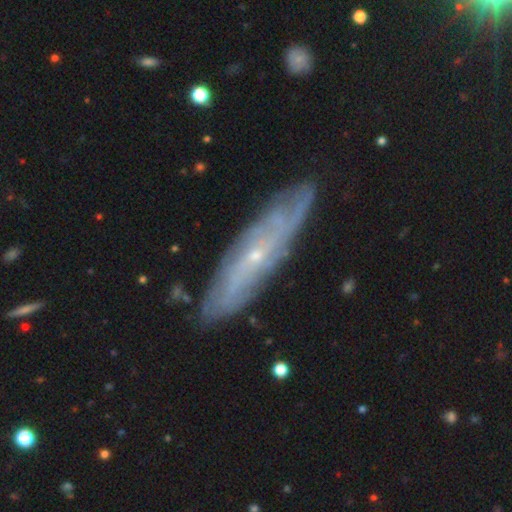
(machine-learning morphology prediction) smooth-or-featured: featured or disk: 79% | smooth: 14% | star or artifact: 7%
  disk-edge-on: no: 68% | yes: 32%
    bar: no: 70% | weak: 23% | strong: 6%
    has-spiral-arms: yes: 89% | no: 11%
    bulge-size: small: 85% | moderate: 12% | none: 2% | large: 1% | dominant: 1%
  merging: none: 83% | minor disturbance: 13% | major disturbance: 3% | merger: 1%